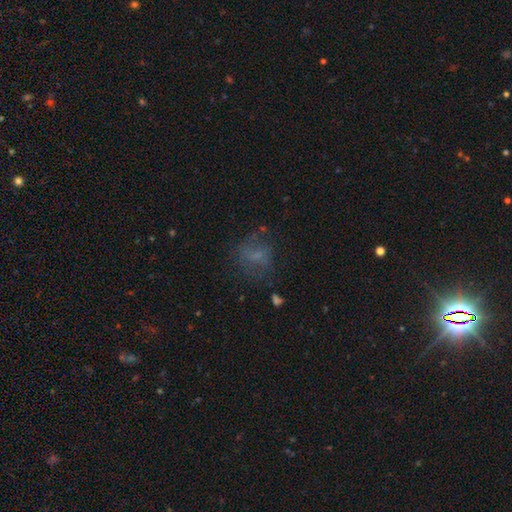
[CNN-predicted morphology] smooth-or-featured: smooth: 51% | featured or disk: 30% | star or artifact: 19%
  how-rounded: round: 56% | in between: 42% | cigar-shaped: 2%
  merging: none: 56% | minor disturbance: 21% | major disturbance: 21% | merger: 3%